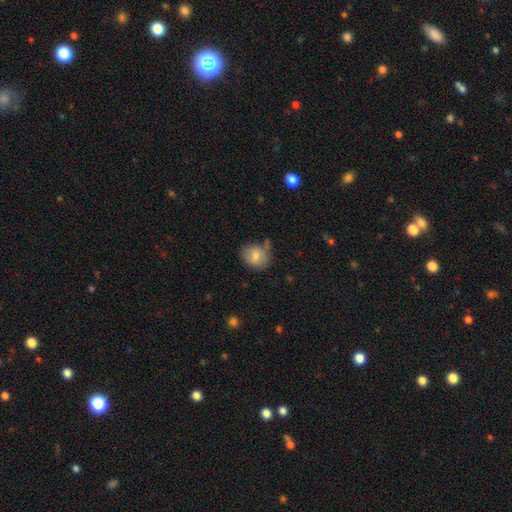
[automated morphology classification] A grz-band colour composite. It shows a smooth galaxy with no disk features (74%) that is round (58%). Merging: none (63%).